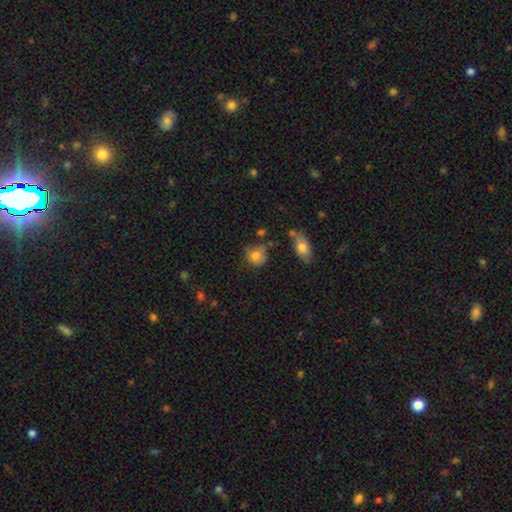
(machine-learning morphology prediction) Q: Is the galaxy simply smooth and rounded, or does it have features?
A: smooth — 77%.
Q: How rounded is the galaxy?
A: round — 74%.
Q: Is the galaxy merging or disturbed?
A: none — 54%.